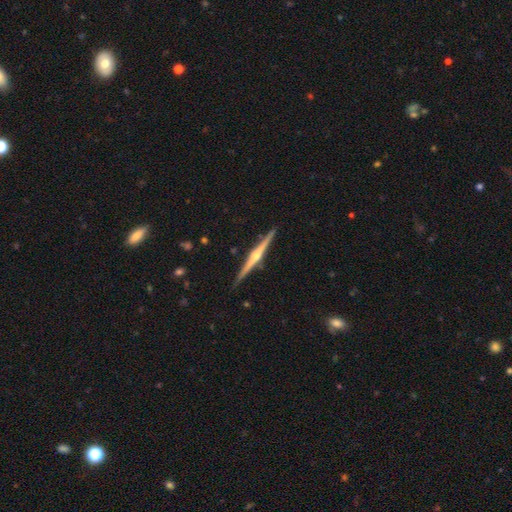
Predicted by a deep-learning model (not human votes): A featured or disk galaxy (84%) viewed edge-on (99%) with a rounded central bulge (90%).

Vote fractions:
- Smooth or featured? featured or disk: 84% / smooth: 11% / star or artifact: 5%
- Edge-on disk? yes: 99% / no: 1%
- Edge-on bulge? rounded: 90% / none: 6% / boxy: 4%
- Merging? none: 90% / minor disturbance: 7% / major disturbance: 1% / merger: 1%